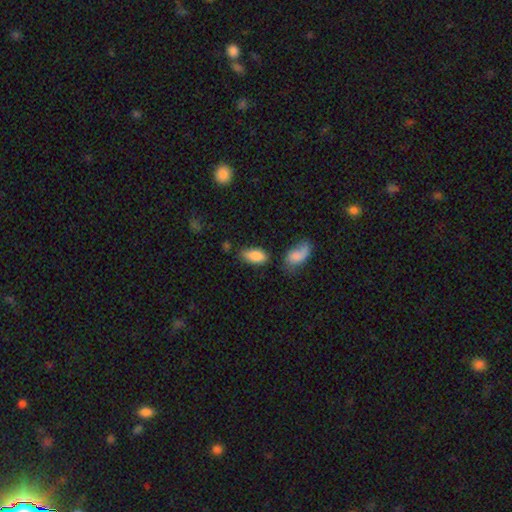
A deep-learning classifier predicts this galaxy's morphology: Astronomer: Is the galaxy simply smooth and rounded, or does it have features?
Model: smooth — 85%.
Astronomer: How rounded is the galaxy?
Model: in between — 92%.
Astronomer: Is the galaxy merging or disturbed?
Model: none — 66%.